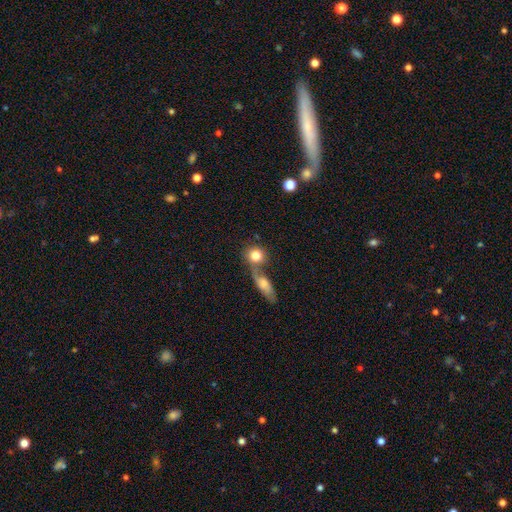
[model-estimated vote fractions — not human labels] This is likely a smooth galaxy (80%). How rounded: likely round (78%). Merging: possibly none (46%).